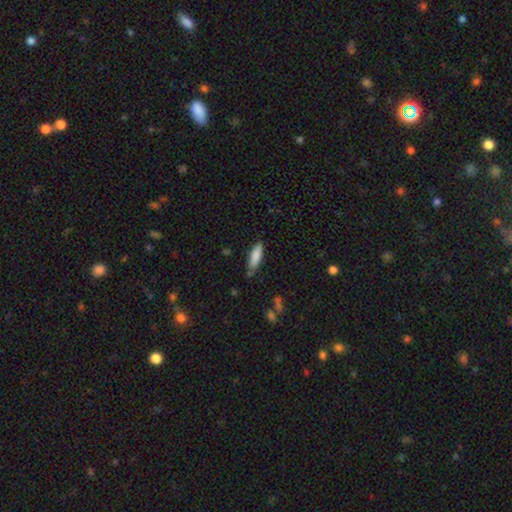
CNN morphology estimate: Smooth or featured?
  - smooth: 86% *
  - featured or disk: 8%
  - star or artifact: 6%
How rounded?
  - in between: 50% *
  - cigar-shaped: 49%
  - round: 1%
Merging?
  - none: 77% *
  - minor disturbance: 17%
  - major disturbance: 3%
  - merger: 3%